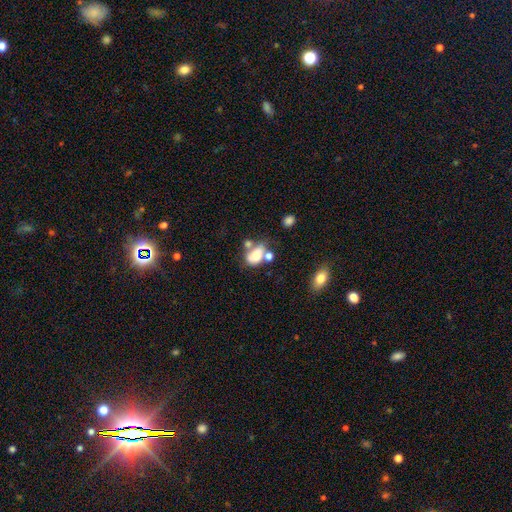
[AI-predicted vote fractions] A smooth galaxy with no disk features (64%) that is in between round and cigar-shaped (78%).

Vote fractions:
- Smooth or featured? smooth: 64% / featured or disk: 26% / star or artifact: 10%
- How rounded? in between: 78% / round: 20% / cigar-shaped: 2%
- Merging? merger: 41% / none: 30% / minor disturbance: 17% / major disturbance: 12%